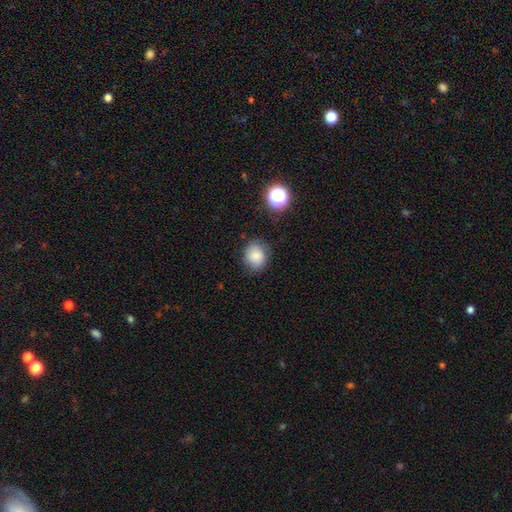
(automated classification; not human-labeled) Smooth or featured?
  - smooth: 83% *
  - star or artifact: 10%
  - featured or disk: 7%
How rounded?
  - round: 67% *
  - in between: 32%
  - cigar-shaped: 1%
Merging?
  - none: 78% *
  - minor disturbance: 16%
  - major disturbance: 4%
  - merger: 2%